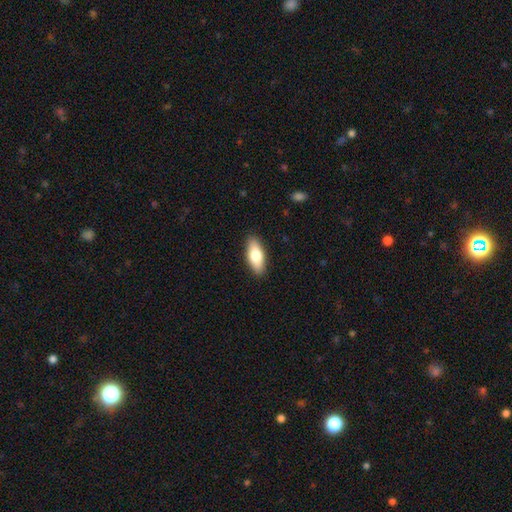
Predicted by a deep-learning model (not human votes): Q: Smooth or featured?
A: smooth (73%); runner-up: featured or disk (21%)
Q: How rounded?
A: in between (76%); runner-up: cigar-shaped (22%)
Q: Merging?
A: none (90%); runner-up: minor disturbance (8%)